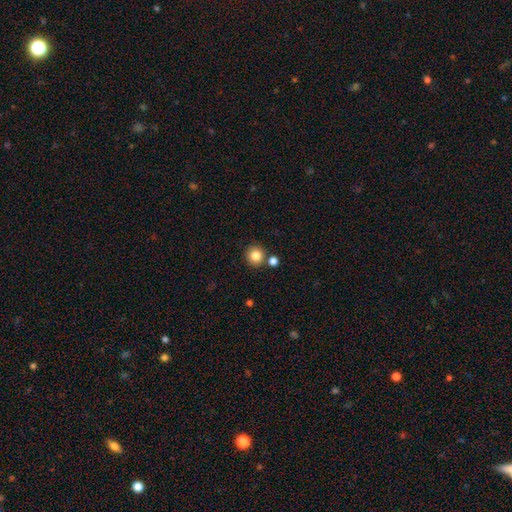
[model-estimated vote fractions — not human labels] This is clearly a smooth galaxy (83%). How rounded: clearly round (93%). Merging: clearly none (81%).